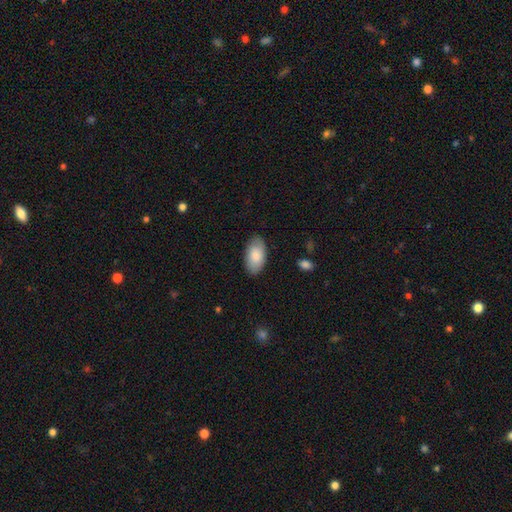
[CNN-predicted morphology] Smooth or featured? Predicted: smooth (p=0.86). How rounded? Predicted: in between (p=0.96). Merging? Predicted: none (p=0.86).